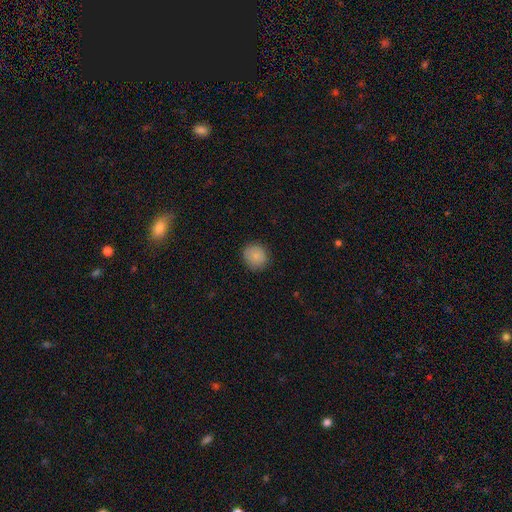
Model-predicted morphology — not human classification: smooth 86%, star or artifact 8%, featured or disk 6%. Down the decision tree: how rounded — round (89%); merging — none (86%).